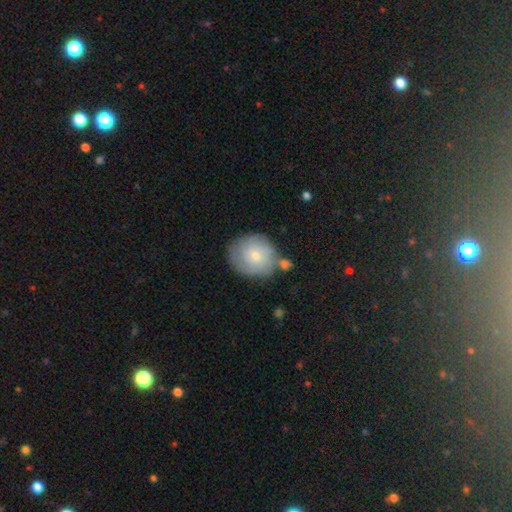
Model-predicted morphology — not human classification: Smooth or featured: smooth — 56% (featured or disk — 38%)
How rounded: round — 77% (in between — 22%)
Merging: none — 60% (minor disturbance — 21%)